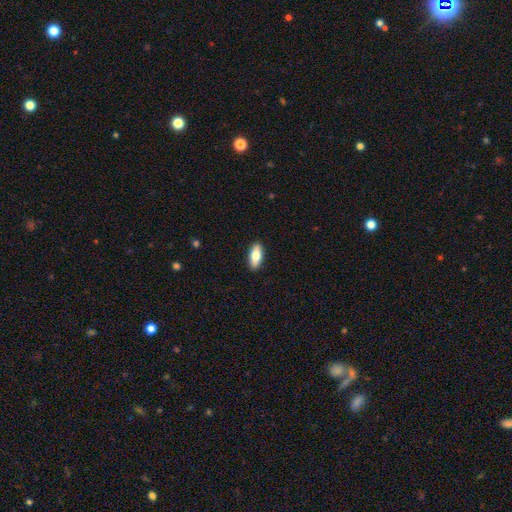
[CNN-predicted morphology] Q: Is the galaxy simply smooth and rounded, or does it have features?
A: smooth — 71%.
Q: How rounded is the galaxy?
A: in between — 79%.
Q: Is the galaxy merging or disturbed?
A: none — 90%.